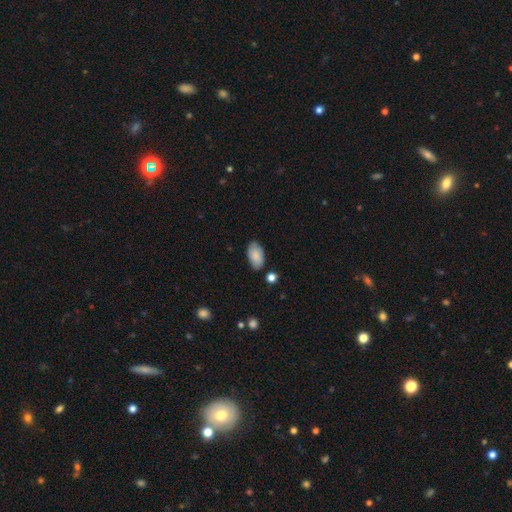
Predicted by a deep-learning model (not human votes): The model was most divided on "merging": none: 79%, minor disturbance: 15%, major disturbance: 3%, merger: 3%. More confident: how rounded — in between (95%); smooth or featured — smooth (85%).